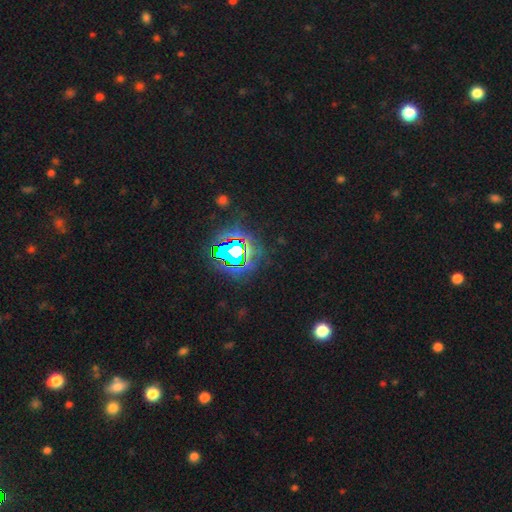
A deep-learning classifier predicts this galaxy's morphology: type=star or artifact (83%).